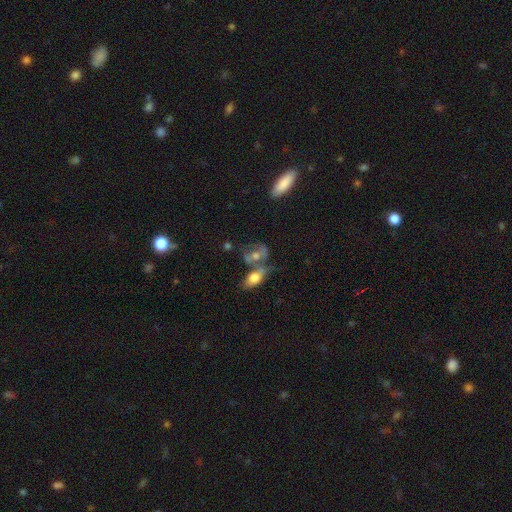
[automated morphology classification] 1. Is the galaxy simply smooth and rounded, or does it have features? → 47% smooth, 41% featured or disk, 13% star or artifact.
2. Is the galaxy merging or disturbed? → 43% merger, 32% none, 14% minor disturbance, 11% major disturbance.